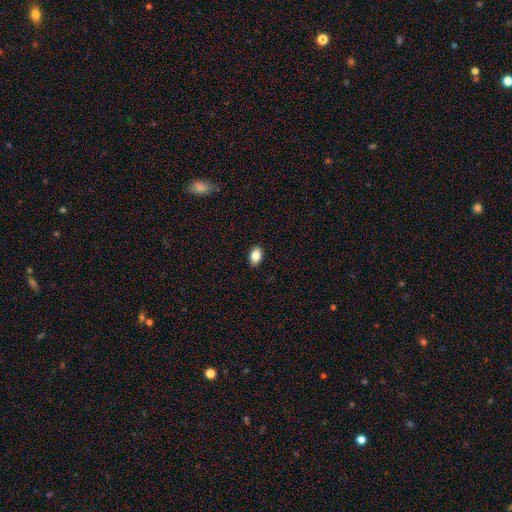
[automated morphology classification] A smooth galaxy with no disk features (86%) that is in between round and cigar-shaped (89%). Merging: none (89%).